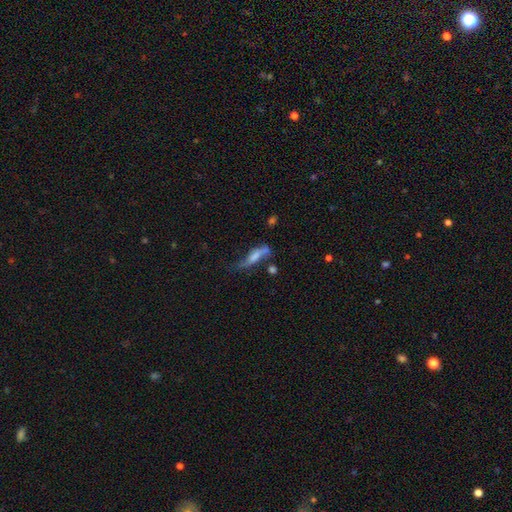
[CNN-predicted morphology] smooth_or_featured: smooth (p=0.51) [alt: featured or disk p=0.39]
how_rounded: cigar-shaped (p=0.61) [alt: in between p=0.35]
merging: none (p=0.36) [alt: minor disturbance p=0.25]